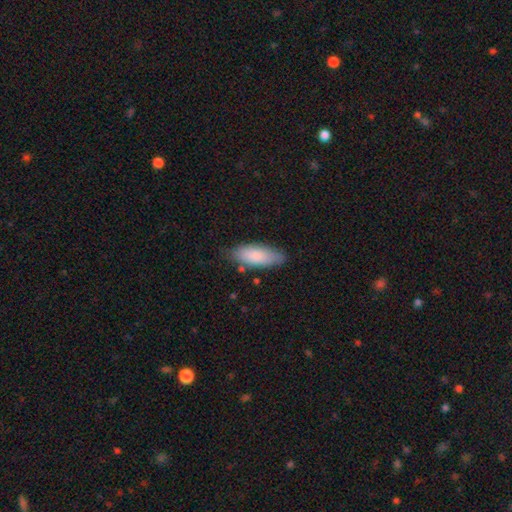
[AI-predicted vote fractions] Smooth or featured: smooth — 83% (featured or disk — 12%)
How rounded: in between — 75% (cigar-shaped — 23%)
Merging: none — 78% (minor disturbance — 17%)